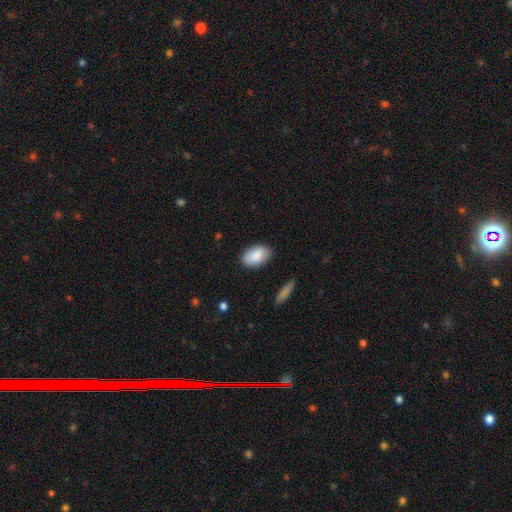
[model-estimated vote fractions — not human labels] smooth_or_featured: smooth (p=0.87) [alt: featured or disk p=0.07]
how_rounded: in between (p=0.92) [alt: round p=0.06]
merging: none (p=0.84) [alt: minor disturbance p=0.12]